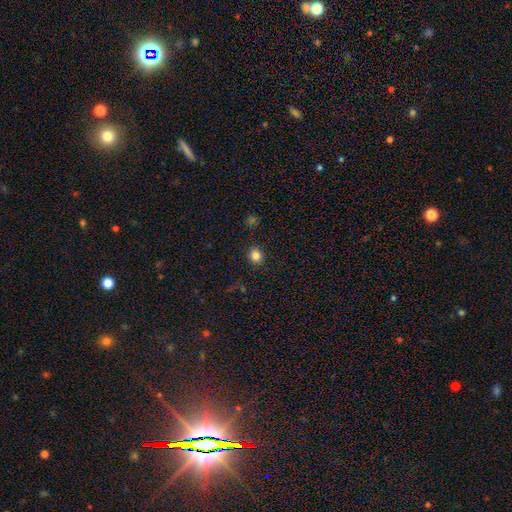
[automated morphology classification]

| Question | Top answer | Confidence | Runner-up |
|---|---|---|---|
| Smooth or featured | smooth | 83% | star or artifact (12%) |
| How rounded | round | 81% | in between (18%) |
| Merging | none | 90% | minor disturbance (7%) |